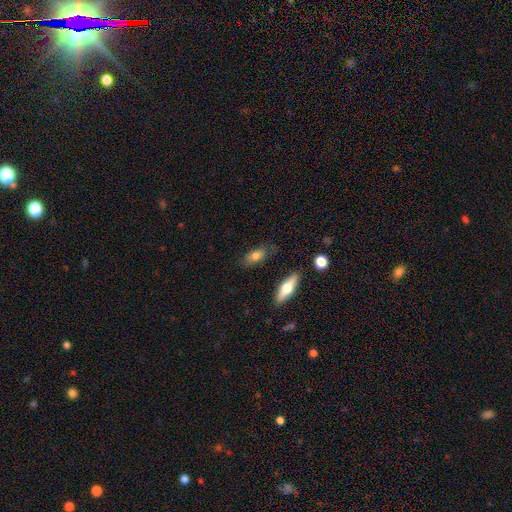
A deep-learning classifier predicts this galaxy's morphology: A smooth galaxy with no disk features (71%) that is in between round and cigar-shaped (74%).

Vote fractions:
- Smooth or featured? smooth: 71% / featured or disk: 21% / star or artifact: 8%
- How rounded? in between: 74% / cigar-shaped: 21% / round: 5%
- Merging? none: 78% / minor disturbance: 16% / major disturbance: 4% / merger: 3%